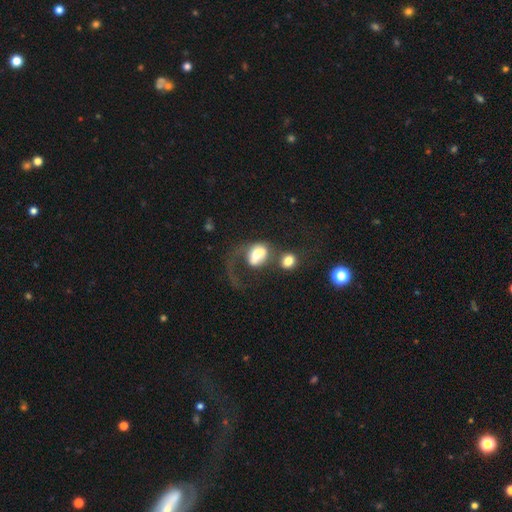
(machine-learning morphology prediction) Q: Smooth or featured?
A: smooth (57%); runner-up: featured or disk (34%)
Q: How rounded?
A: in between (70%); runner-up: round (28%)
Q: Merging?
A: major disturbance (43%); runner-up: merger (33%)